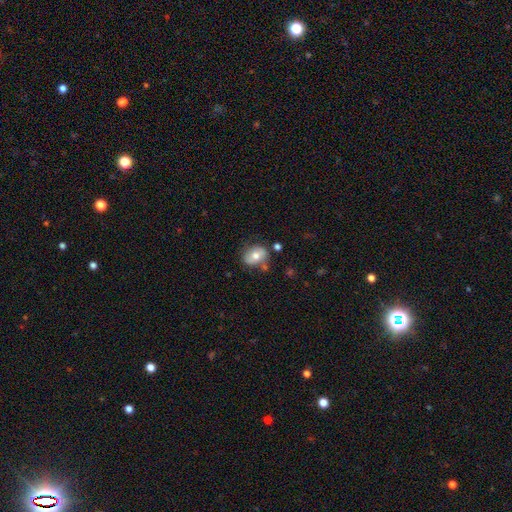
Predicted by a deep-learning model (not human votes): Morphology: type=smooth (61%); roundness=in between (55%); merging=none (68%).